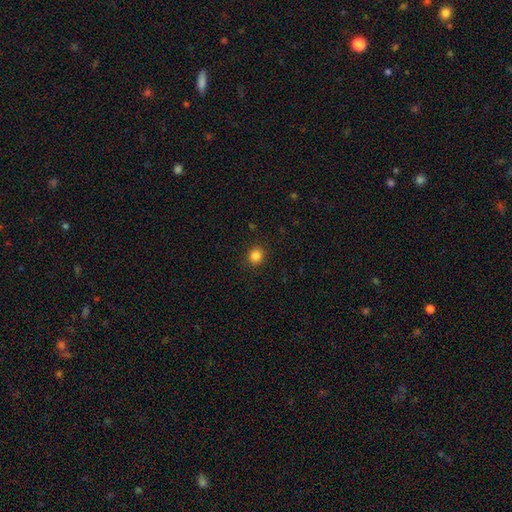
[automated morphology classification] smooth 85%, star or artifact 11%, featured or disk 4%. Down the decision tree: how rounded — round (86%); merging — none (91%).